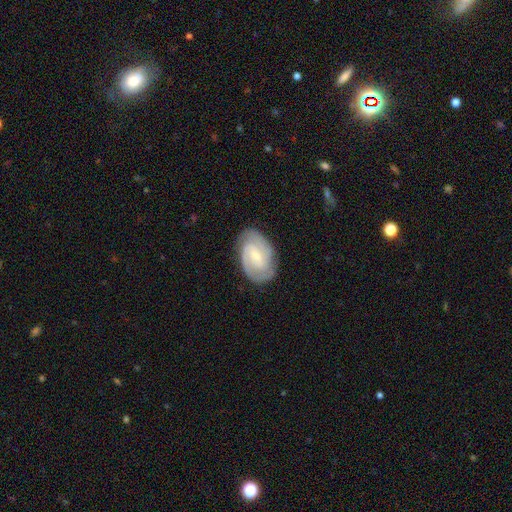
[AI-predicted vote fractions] Smooth or featured: featured or disk — 81% (smooth — 14%)
Edge-on disk: no — 97% (yes — 3%)
Bar: weak — 55% (no — 25%)
Spiral arms: yes — 95% (no — 5%)
Spiral winding: tight — 55% (medium — 38%)
Spiral arm count: 2 — 73% (can't tell — 11%)
Bulge size: small — 62% (moderate — 28%)
Merging: none — 81% (minor disturbance — 14%)